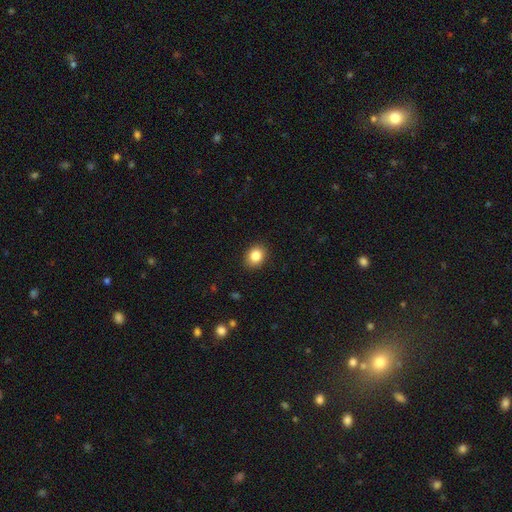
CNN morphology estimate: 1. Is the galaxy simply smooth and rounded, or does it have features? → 86% smooth, 9% star or artifact, 5% featured or disk.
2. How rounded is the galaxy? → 51% in between, 48% round, 1% cigar-shaped.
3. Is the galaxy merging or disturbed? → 89% none, 8% minor disturbance, 2% major disturbance, 1% merger.